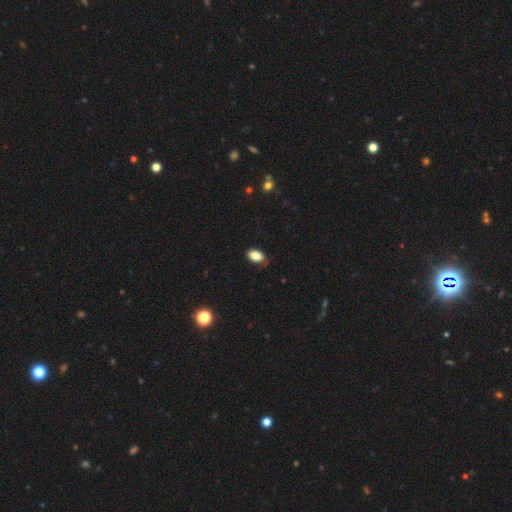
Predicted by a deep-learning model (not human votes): Overall: smooth (84%). How rounded: in between (90%). Merging: none (75%).